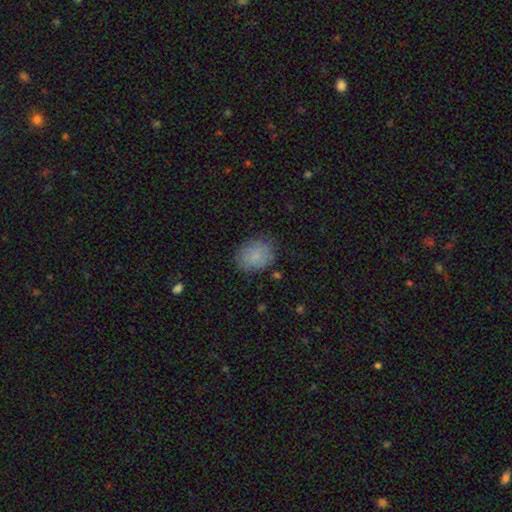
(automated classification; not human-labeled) Smooth or featured?
  - smooth: 80% *
  - featured or disk: 11%
  - star or artifact: 9%
How rounded?
  - in between: 50% *
  - round: 49%
  - cigar-shaped: 1%
Merging?
  - none: 79% *
  - minor disturbance: 15%
  - major disturbance: 4%
  - merger: 1%